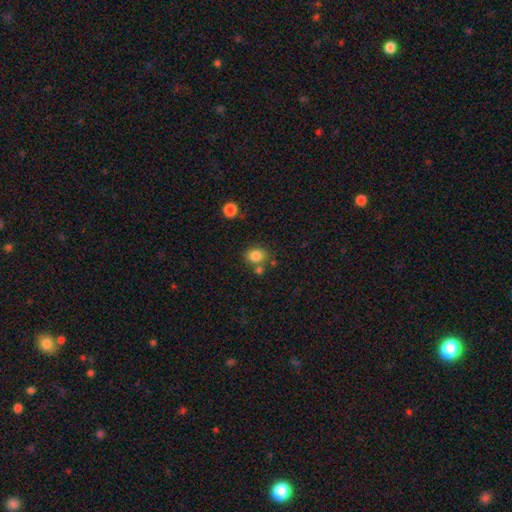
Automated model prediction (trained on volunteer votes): Smooth or featured: smooth — 83% (star or artifact — 11%)
How rounded: round — 62% (in between — 37%)
Merging: none — 71% (merger — 13%)